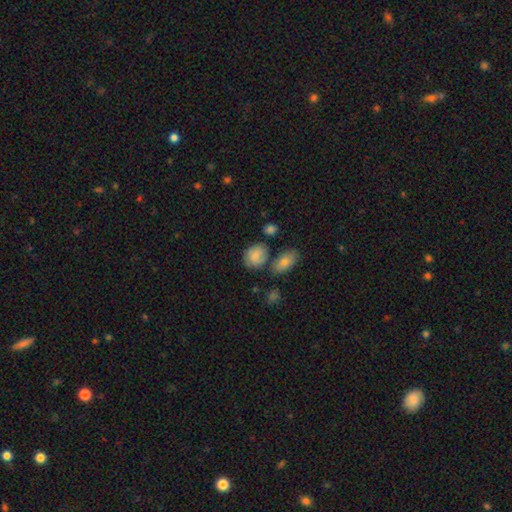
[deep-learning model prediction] A smooth galaxy with no disk features (75%) that is round (51%).

Vote fractions:
- Smooth or featured? smooth: 75% / featured or disk: 17% / star or artifact: 8%
- How rounded? round: 51% / in between: 48% / cigar-shaped: 1%
- Merging? none: 61% / minor disturbance: 20% / merger: 13% / major disturbance: 6%